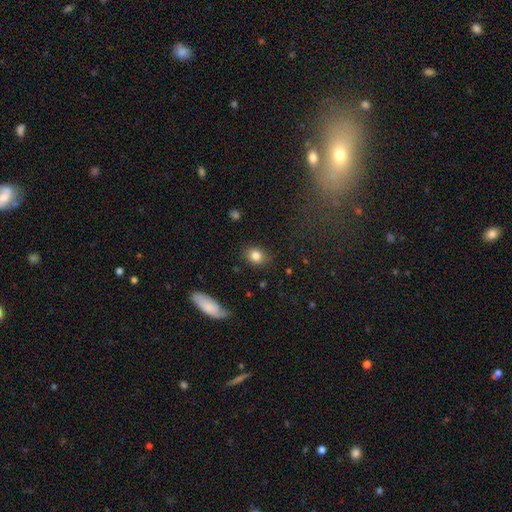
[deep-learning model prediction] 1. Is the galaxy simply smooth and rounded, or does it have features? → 84% smooth, 10% star or artifact, 7% featured or disk.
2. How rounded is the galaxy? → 59% round, 40% in between, 1% cigar-shaped.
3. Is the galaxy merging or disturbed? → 84% none, 12% minor disturbance, 3% major disturbance, 2% merger.